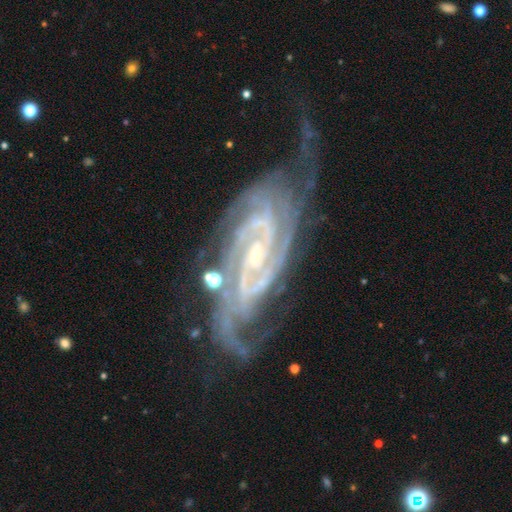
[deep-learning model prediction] Smooth or featured? Predicted: featured or disk (p=0.93). Edge-on disk? Predicted: no (p=0.96). Bar? Predicted: weak (p=0.37). Spiral arms? Predicted: yes (p=0.99). Spiral winding? Predicted: tight (p=0.67). Spiral arm count? Predicted: 2 (p=0.44). Bulge size? Predicted: small (p=0.70). Merging? Predicted: none (p=0.57).